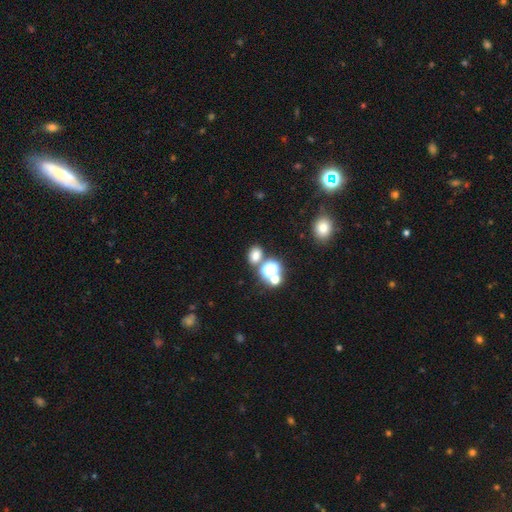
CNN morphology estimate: A smooth galaxy with no disk features (70%) that is in between round and cigar-shaped (55%). Merging: none (69%).